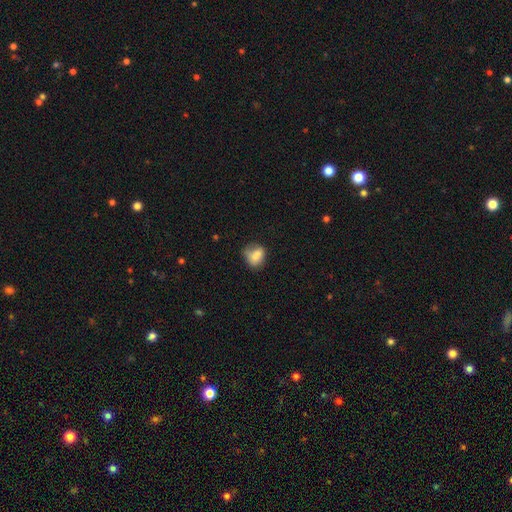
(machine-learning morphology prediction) smooth_or_featured: smooth (p=0.77) [alt: featured or disk p=0.13]
how_rounded: in between (p=0.51) [alt: round p=0.48]
merging: none (p=0.44) [alt: minor disturbance p=0.31]